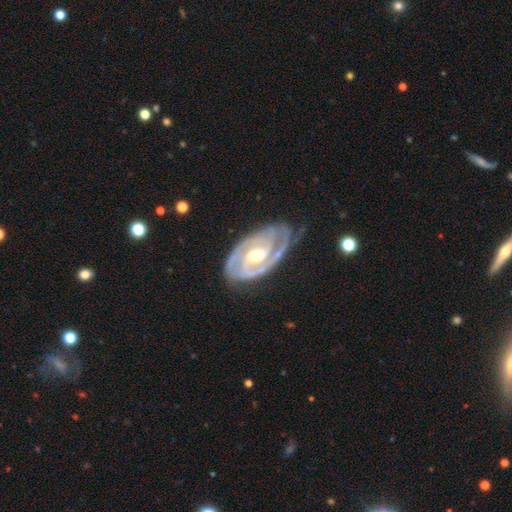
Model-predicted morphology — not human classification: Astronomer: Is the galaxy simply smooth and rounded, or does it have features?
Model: featured or disk — 92%.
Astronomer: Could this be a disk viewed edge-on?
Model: no — 96%.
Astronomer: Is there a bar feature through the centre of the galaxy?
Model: weak — 42% (runner-up: no, 34%).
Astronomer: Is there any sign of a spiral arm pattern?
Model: yes — 98%.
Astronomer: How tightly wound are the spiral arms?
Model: tight — 67%.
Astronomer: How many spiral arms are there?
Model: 2 — 71%.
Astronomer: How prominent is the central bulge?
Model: moderate — 65%.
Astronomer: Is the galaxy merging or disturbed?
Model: none — 72%.